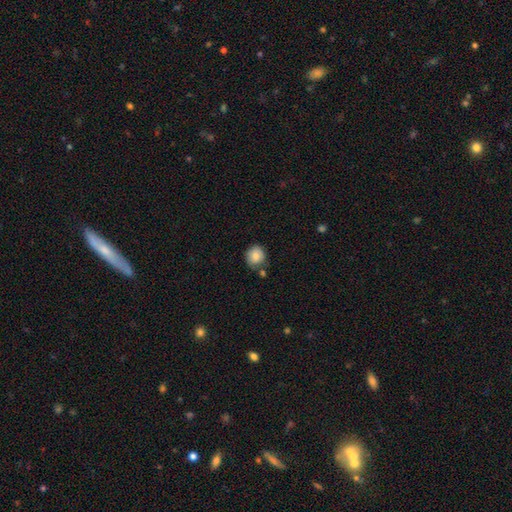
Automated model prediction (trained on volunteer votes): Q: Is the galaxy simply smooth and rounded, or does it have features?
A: smooth — 84%.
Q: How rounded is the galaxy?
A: round — 84%.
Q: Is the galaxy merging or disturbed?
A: none — 72%.